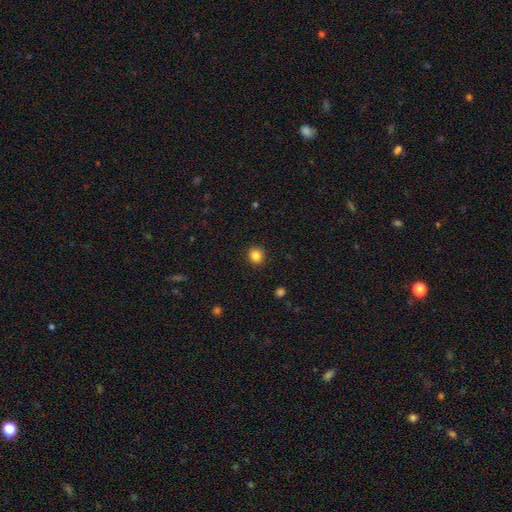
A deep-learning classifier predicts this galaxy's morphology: This is clearly a smooth galaxy (85%). How rounded: clearly round (89%). Merging: clearly none (91%).